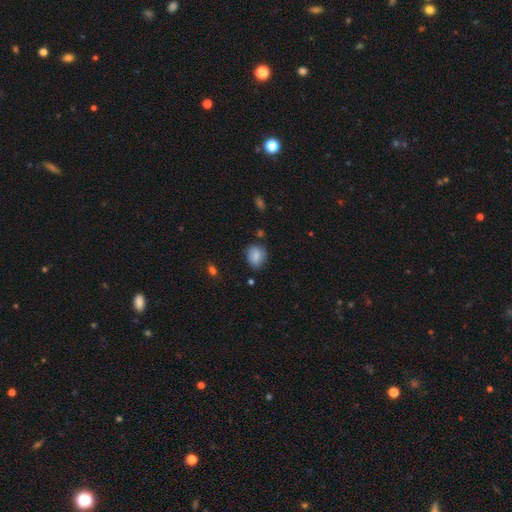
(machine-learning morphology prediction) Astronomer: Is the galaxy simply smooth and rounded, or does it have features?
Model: smooth — 83%.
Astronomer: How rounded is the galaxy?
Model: in between — 50% (runner-up: round, 49%).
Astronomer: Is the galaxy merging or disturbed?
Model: none — 72%.